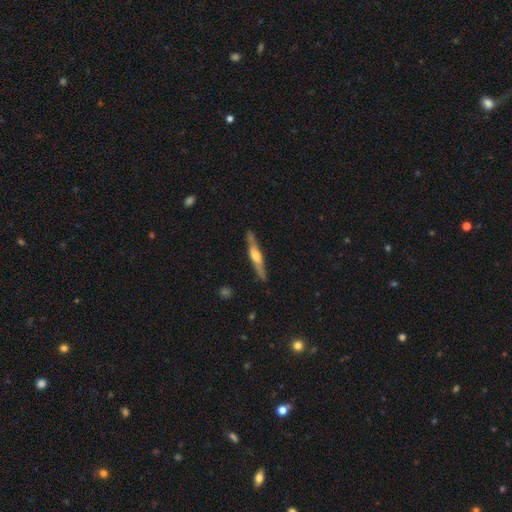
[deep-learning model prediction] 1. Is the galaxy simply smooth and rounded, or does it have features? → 65% featured or disk, 30% smooth, 5% star or artifact.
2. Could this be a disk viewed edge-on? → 94% yes, 6% no.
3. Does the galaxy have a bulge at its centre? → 83% rounded, 10% boxy, 7% none.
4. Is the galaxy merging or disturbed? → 85% none, 11% minor disturbance, 2% major disturbance, 2% merger.